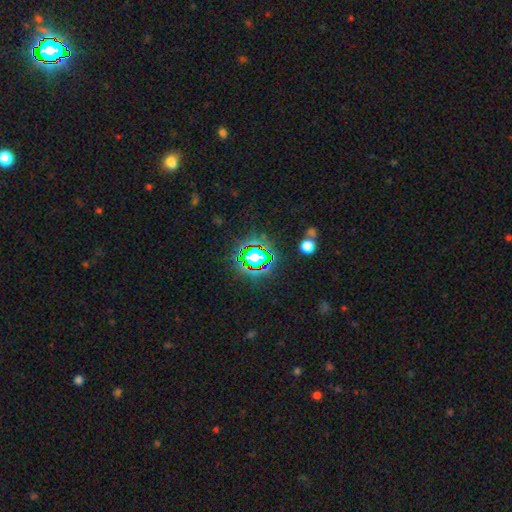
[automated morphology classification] Smooth or featured? star or artifact (68%)